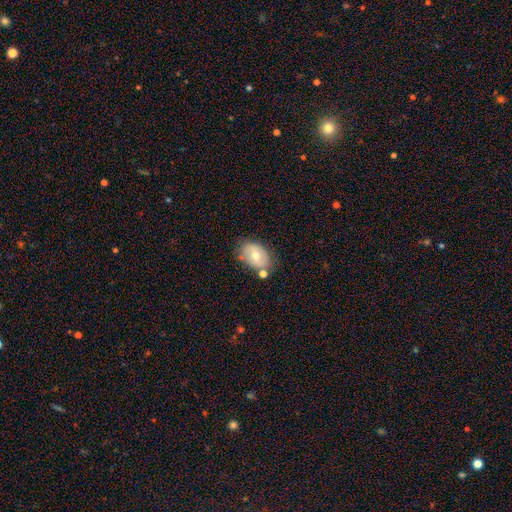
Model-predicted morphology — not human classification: smooth 62%, featured or disk 30%, star or artifact 8%. Down the decision tree: how rounded — in between (83%); merging — none (64%).